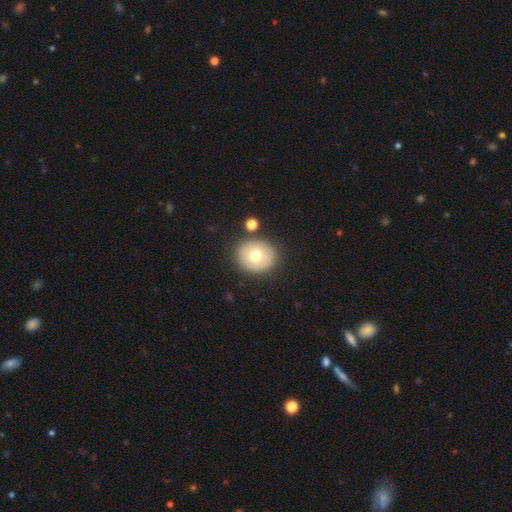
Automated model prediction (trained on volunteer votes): Overall: smooth (70%). How rounded: round (77%). Merging: none (83%).